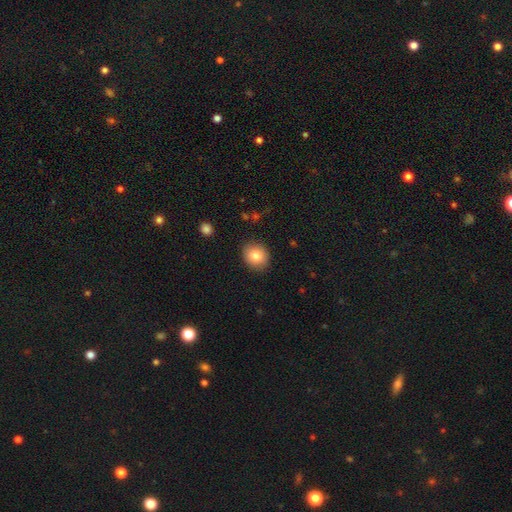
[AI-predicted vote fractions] This appears to be a smooth galaxy with no disk features (82%) that is round (65%). Merging: none (88%).